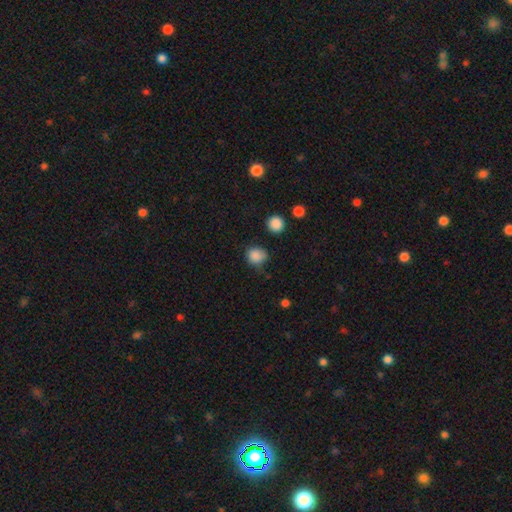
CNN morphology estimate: This appears to be a smooth galaxy with no disk features (86%) that is round (81%). Merging: none (71%).